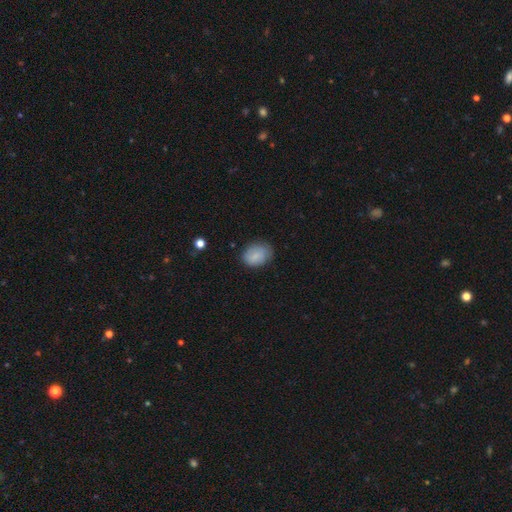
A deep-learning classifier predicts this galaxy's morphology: Overall: smooth (84%). How rounded: in between (67%; round 32%). Merging: none (73%).